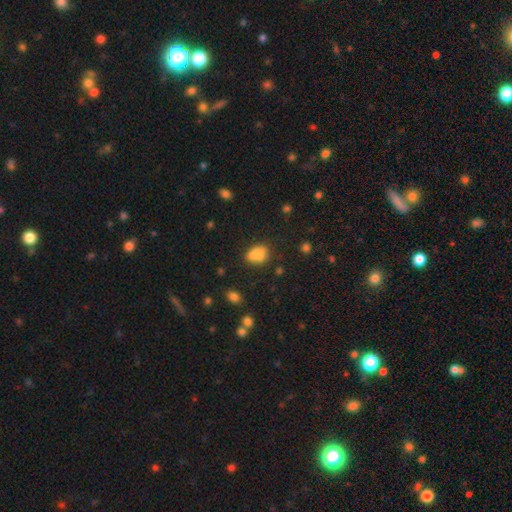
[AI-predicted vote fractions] smooth-or-featured: smooth: 64% | featured or disk: 23% | star or artifact: 13%
  how-rounded: in between: 56% | round: 42% | cigar-shaped: 1%
  merging: merger: 44% | none: 35% | minor disturbance: 14% | major disturbance: 8%